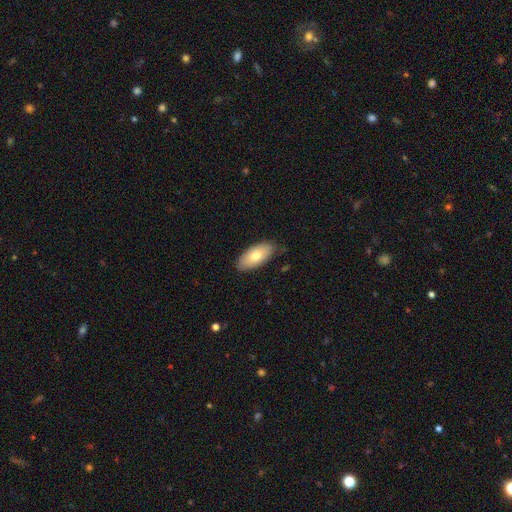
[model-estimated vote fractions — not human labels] Overall: smooth (77%). How rounded: in between (92%). Merging: none (82%).